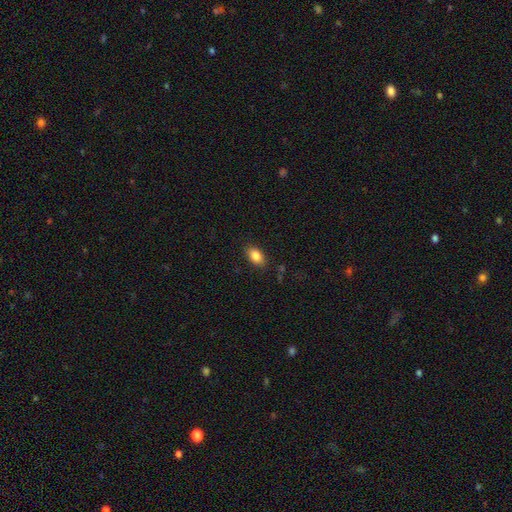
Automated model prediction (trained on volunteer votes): Overall: smooth (85%). How rounded: in between (90%). Merging: none (85%).